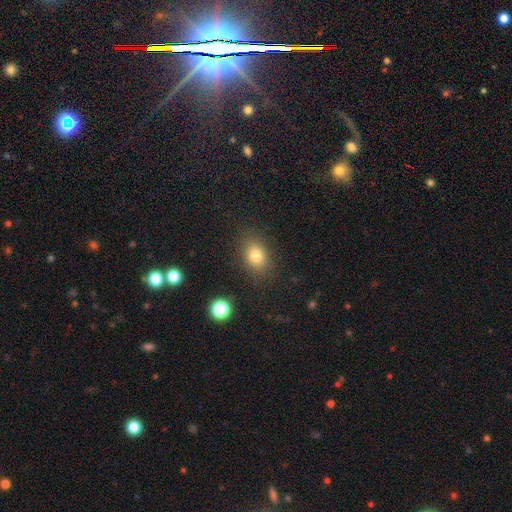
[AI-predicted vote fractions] This is likely a smooth galaxy (78%). How rounded: possibly in between (58%). Merging: clearly none (83%).